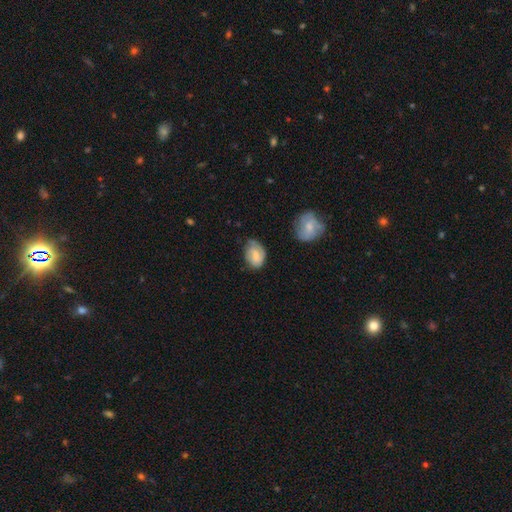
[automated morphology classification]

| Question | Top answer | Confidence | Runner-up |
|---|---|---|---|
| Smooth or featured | smooth | 64% | featured or disk (28%) |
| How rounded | in between | 75% | round (23%) |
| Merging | none | 55% | minor disturbance (33%) |